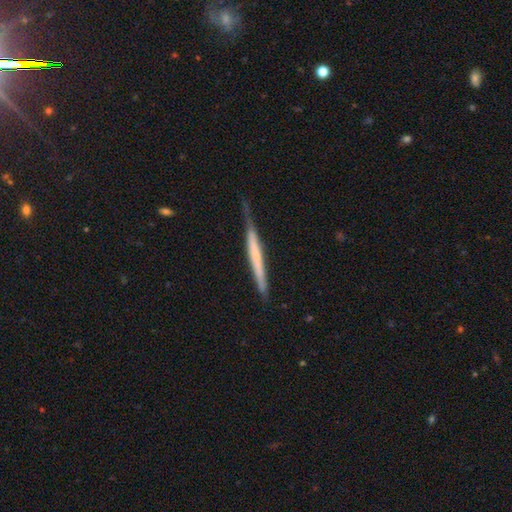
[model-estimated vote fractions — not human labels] featured or disk 51%, smooth 43%, star or artifact 6%. Down the decision tree: edge-on disk — yes (95%); merging — none (67%).